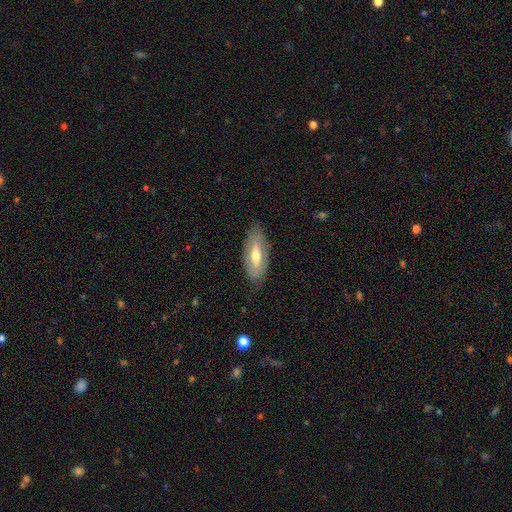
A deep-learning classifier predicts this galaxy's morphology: This appears to be a featured or disk galaxy (56%). Merging: none (78%).